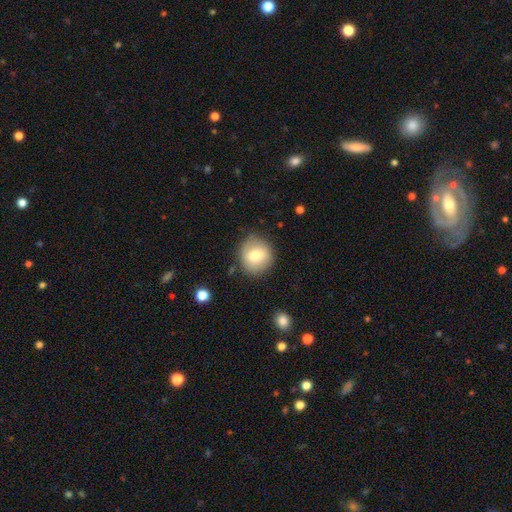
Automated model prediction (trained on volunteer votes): Smooth or featured? smooth (75%)
How rounded? round (84%)
Merging? none (79%)